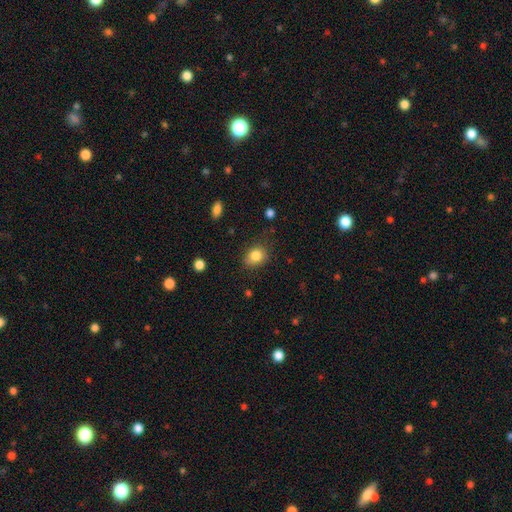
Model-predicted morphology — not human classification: A smooth galaxy with no disk features (83%) that is round (52%).

Vote fractions:
- Smooth or featured? smooth: 83% / star or artifact: 10% / featured or disk: 7%
- How rounded? round: 52% / in between: 47% / cigar-shaped: 1%
- Merging? none: 73% / minor disturbance: 21% / major disturbance: 5% / merger: 2%